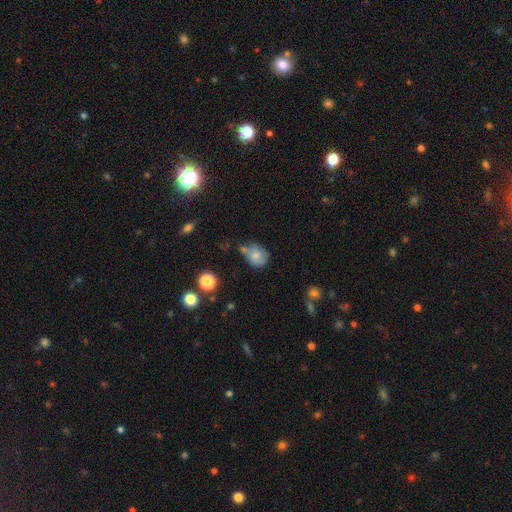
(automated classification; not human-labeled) Smooth or featured? Predicted: smooth (p=0.66). How rounded? Predicted: round (p=0.57). Merging? Predicted: none (p=0.43).